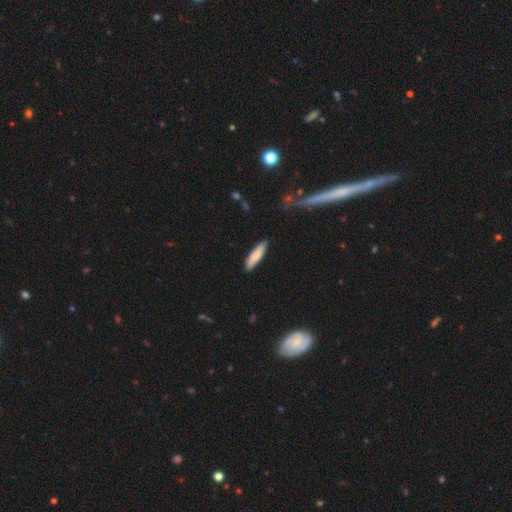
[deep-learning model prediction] Smooth or featured: smooth — 78% (featured or disk — 17%)
How rounded: cigar-shaped — 74% (in between — 25%)
Merging: none — 87% (minor disturbance — 10%)